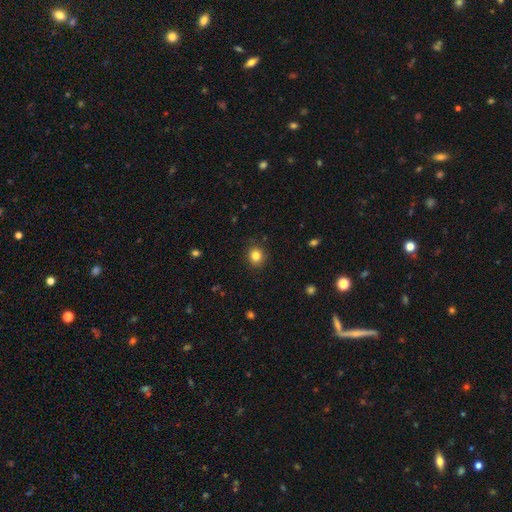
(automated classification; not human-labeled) Morphology: type=smooth (83%); roundness=round (84%); merging=none (88%).